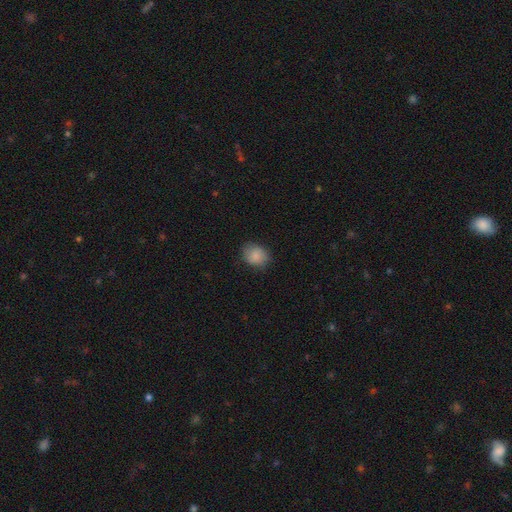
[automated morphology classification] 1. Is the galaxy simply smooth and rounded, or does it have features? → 86% smooth, 8% star or artifact, 6% featured or disk.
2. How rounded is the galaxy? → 51% round, 48% in between, 1% cigar-shaped.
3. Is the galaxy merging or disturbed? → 80% none, 15% minor disturbance, 4% major disturbance, 1% merger.